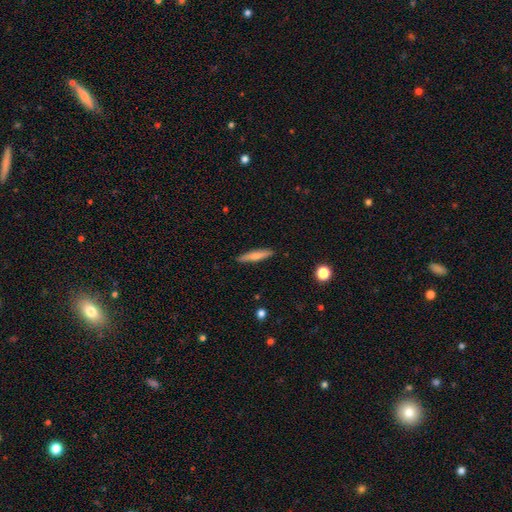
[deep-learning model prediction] smooth_or_featured: smooth (p=0.65) [alt: featured or disk p=0.29]
how_rounded: cigar-shaped (p=0.88) [alt: in between p=0.11]
merging: none (p=0.89) [alt: minor disturbance p=0.08]